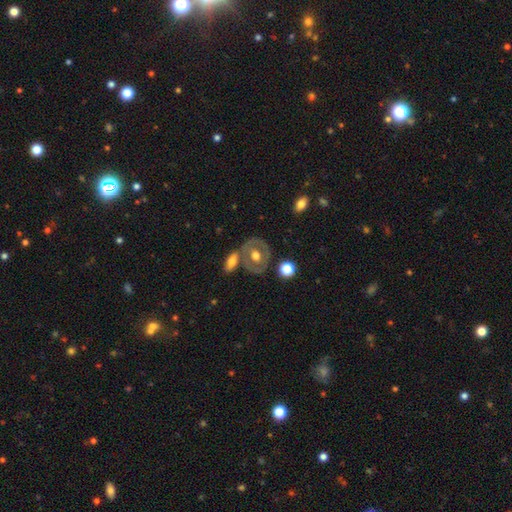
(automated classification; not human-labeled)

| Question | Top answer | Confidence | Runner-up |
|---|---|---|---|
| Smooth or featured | featured or disk | 53% | smooth (40%) |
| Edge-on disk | no | 91% | yes (9%) |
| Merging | none | 63% | merger (19%) |